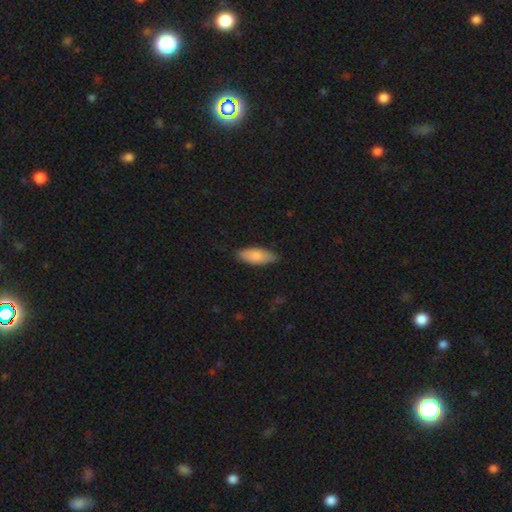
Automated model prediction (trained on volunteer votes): smooth 85%, featured or disk 10%, star or artifact 5%. Down the decision tree: how rounded — in between (78%); merging — none (82%).